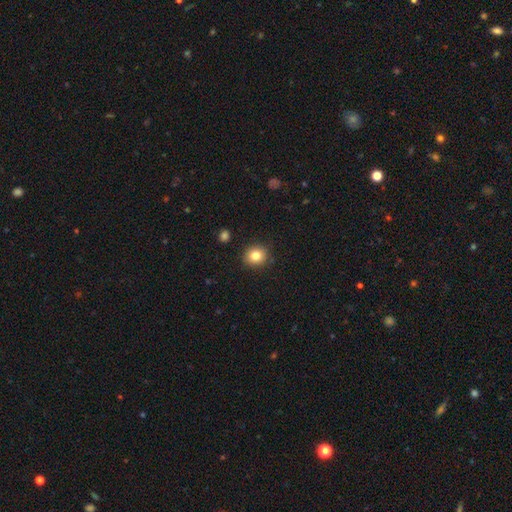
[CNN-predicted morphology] Q: Smooth or featured?
A: smooth (82%); runner-up: star or artifact (11%)
Q: How rounded?
A: round (81%); runner-up: in between (18%)
Q: Merging?
A: none (89%); runner-up: minor disturbance (7%)